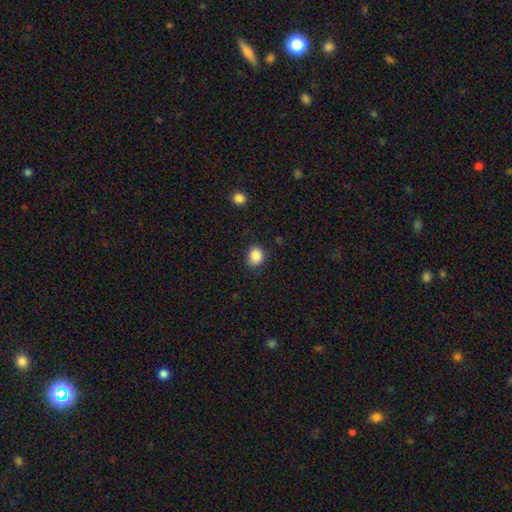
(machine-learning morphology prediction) This appears to be a smooth galaxy with no disk features (88%) that is round (70%). Merging: none (83%).